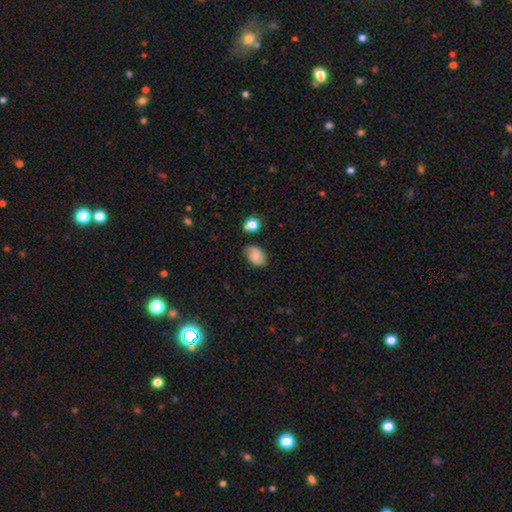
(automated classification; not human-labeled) This appears to be a smooth galaxy with no disk features (65%) that is in between round and cigar-shaped (80%). Merging: none (69%).